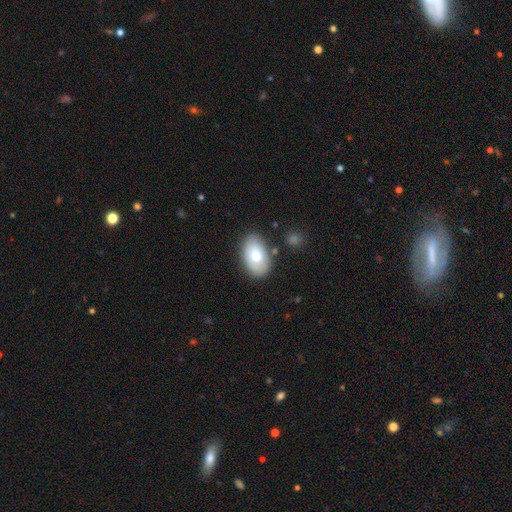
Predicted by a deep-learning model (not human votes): smooth-or-featured: smooth: 70% | featured or disk: 24% | star or artifact: 7%
  how-rounded: in between: 91% | round: 8% | cigar-shaped: 1%
  merging: none: 79% | minor disturbance: 13% | merger: 4% | major disturbance: 3%